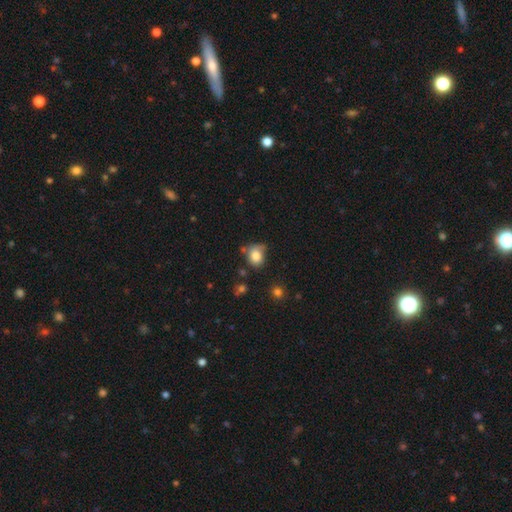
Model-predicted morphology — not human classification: smooth_or_featured: smooth (p=0.81) [alt: star or artifact p=0.10]
how_rounded: round (p=0.56) [alt: in between p=0.43]
merging: none (p=0.51) [alt: minor disturbance p=0.31]